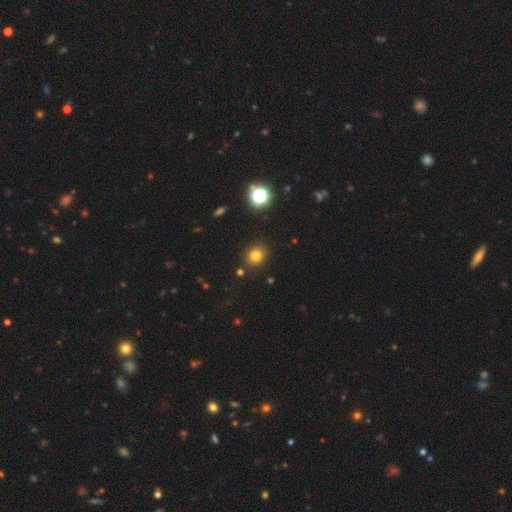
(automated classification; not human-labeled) Q: Smooth or featured?
A: smooth (78%); runner-up: star or artifact (16%)
Q: How rounded?
A: round (75%); runner-up: in between (24%)
Q: Merging?
A: none (87%); runner-up: minor disturbance (8%)